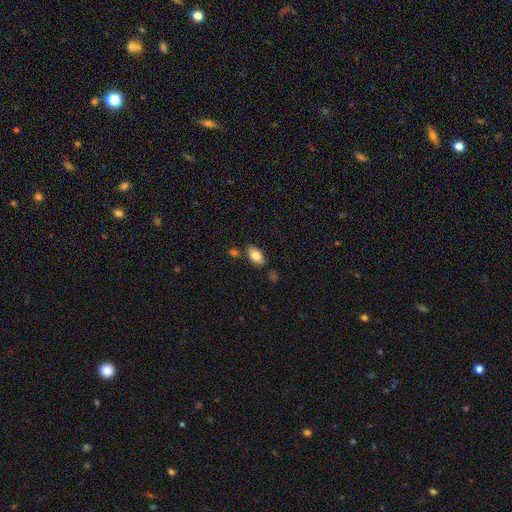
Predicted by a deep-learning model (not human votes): Smooth or featured?
  - smooth: 82% *
  - featured or disk: 10%
  - star or artifact: 7%
How rounded?
  - in between: 92% *
  - round: 5%
  - cigar-shaped: 4%
Merging?
  - none: 78% *
  - minor disturbance: 13%
  - merger: 7%
  - major disturbance: 3%